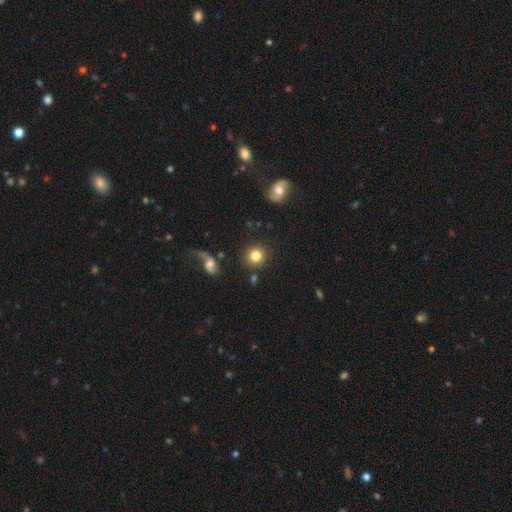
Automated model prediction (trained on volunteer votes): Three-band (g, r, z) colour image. It shows a smooth galaxy with no disk features (80%) that is round (91%). Merging: none (84%).